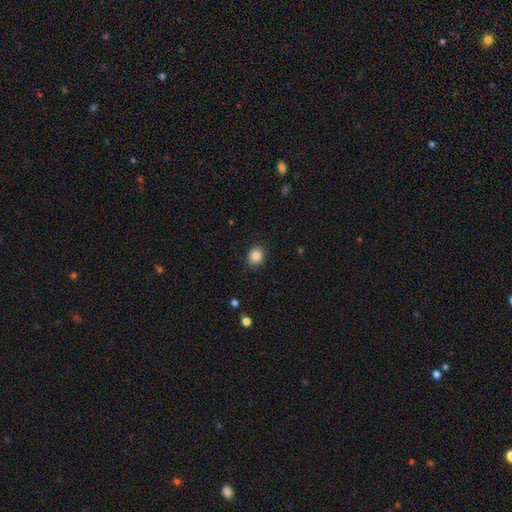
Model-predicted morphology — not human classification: A smooth galaxy with no disk features (87%) that is round (65%).

Vote fractions:
- Smooth or featured? smooth: 87% / star or artifact: 9% / featured or disk: 4%
- How rounded? round: 65% / in between: 34% / cigar-shaped: 1%
- Merging? none: 86% / minor disturbance: 10% / major disturbance: 3% / merger: 1%